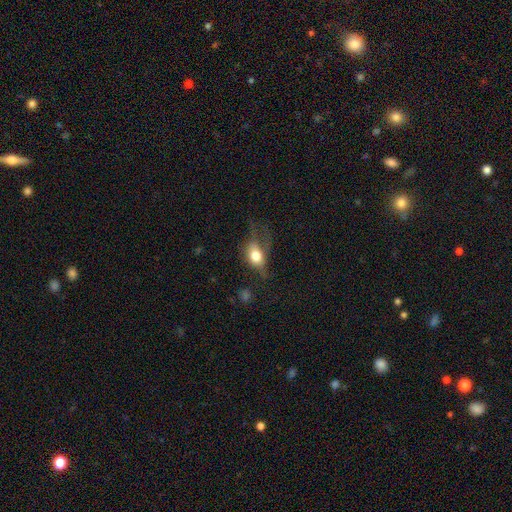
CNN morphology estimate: type=smooth (69%); roundness=in between (71%); merging=major disturbance (46%).